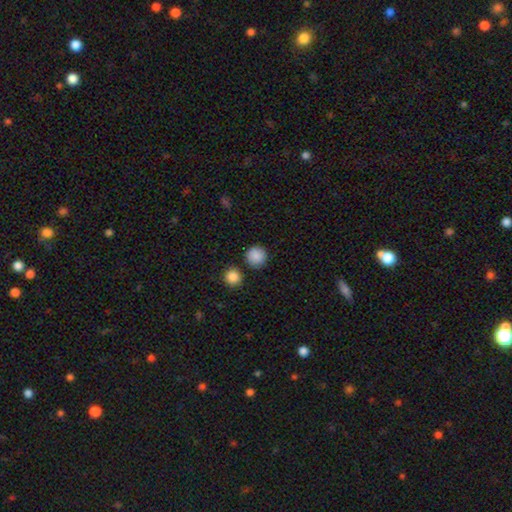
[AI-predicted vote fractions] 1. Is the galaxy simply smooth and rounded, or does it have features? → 88% smooth, 8% star or artifact, 4% featured or disk.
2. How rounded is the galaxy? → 94% round, 5% in between, 1% cigar-shaped.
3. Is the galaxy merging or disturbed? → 86% none, 8% minor disturbance, 4% merger, 2% major disturbance.